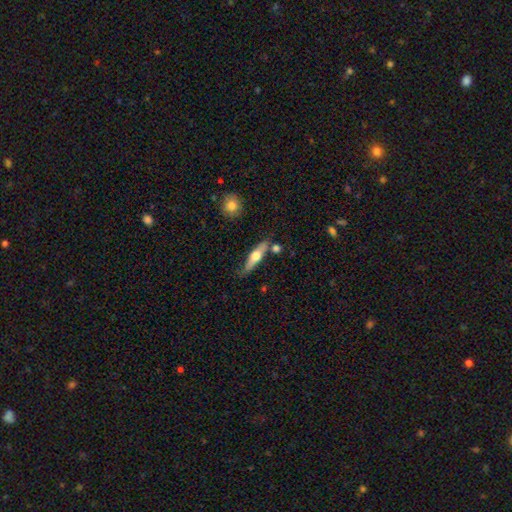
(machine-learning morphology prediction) Smooth or featured? featured or disk (49%)
Merging? none (70%)